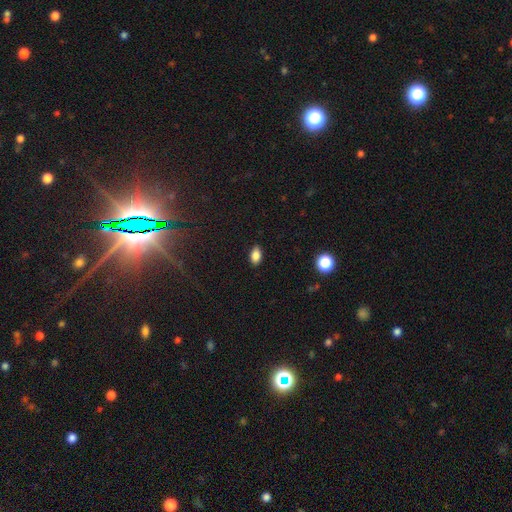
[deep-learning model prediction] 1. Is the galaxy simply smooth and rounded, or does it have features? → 85% smooth, 10% star or artifact, 5% featured or disk.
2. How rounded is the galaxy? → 89% in between, 9% round, 3% cigar-shaped.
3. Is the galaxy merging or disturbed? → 87% none, 10% minor disturbance, 2% major disturbance, 1% merger.